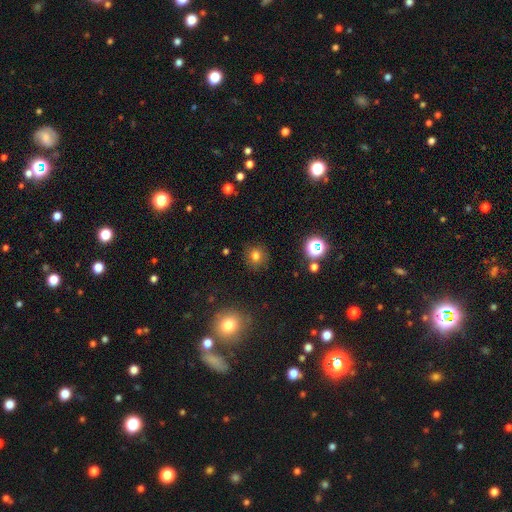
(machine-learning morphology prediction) type=smooth (72%); roundness=round (86%); merging=none (85%).